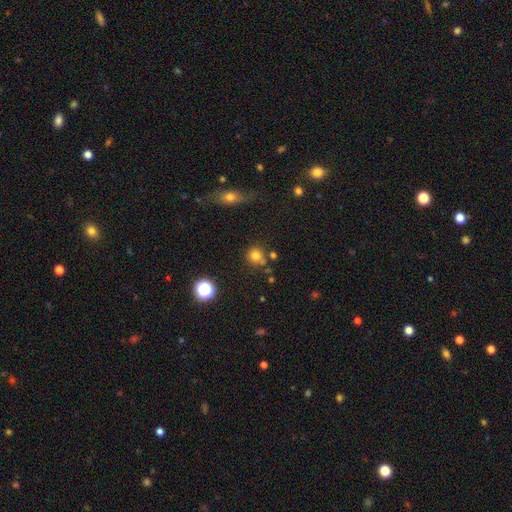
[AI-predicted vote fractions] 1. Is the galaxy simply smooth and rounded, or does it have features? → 77% smooth, 16% star or artifact, 8% featured or disk.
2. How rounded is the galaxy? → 87% round, 12% in between, 1% cigar-shaped.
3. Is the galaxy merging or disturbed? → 70% none, 13% minor disturbance, 12% merger, 4% major disturbance.